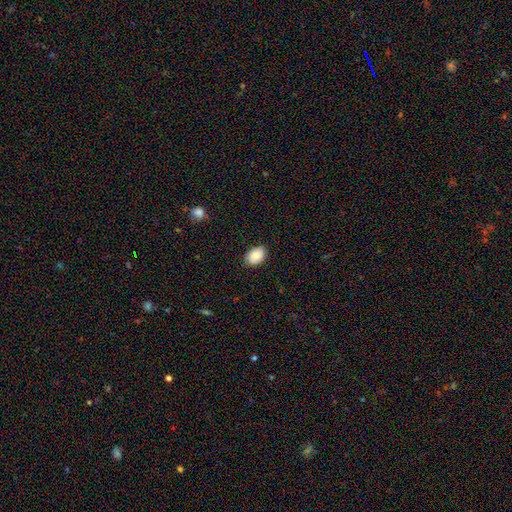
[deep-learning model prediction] Smooth or featured?
  - smooth: 84% *
  - featured or disk: 9%
  - star or artifact: 7%
How rounded?
  - in between: 79% *
  - round: 20%
  - cigar-shaped: 1%
Merging?
  - none: 84% *
  - minor disturbance: 13%
  - major disturbance: 2%
  - merger: 1%